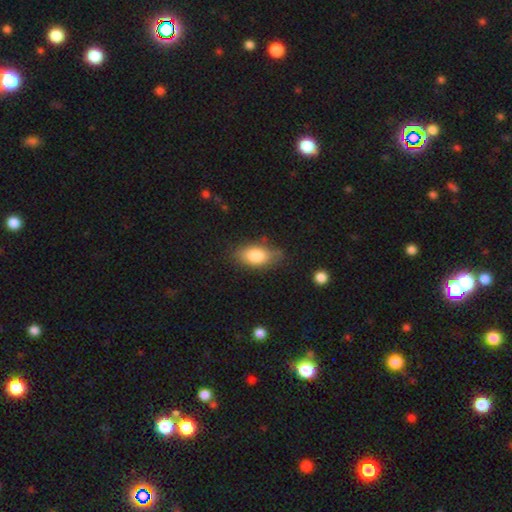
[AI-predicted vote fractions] This appears to be a smooth galaxy with no disk features (81%) that is in between round and cigar-shaped (90%). Merging: none (72%).